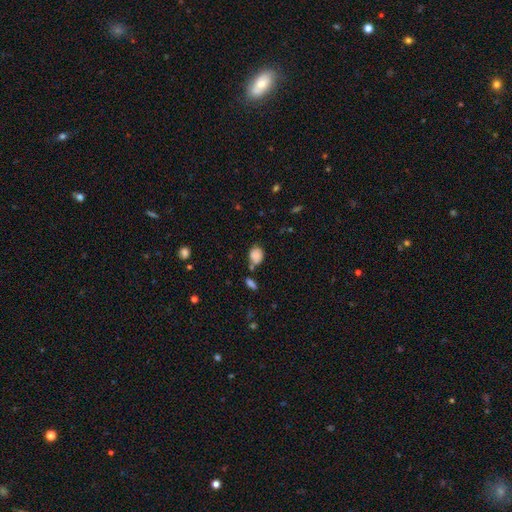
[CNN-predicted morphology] Smooth or featured? Predicted: smooth (p=0.81). How rounded? Predicted: in between (p=0.55). Merging? Predicted: none (p=0.51).